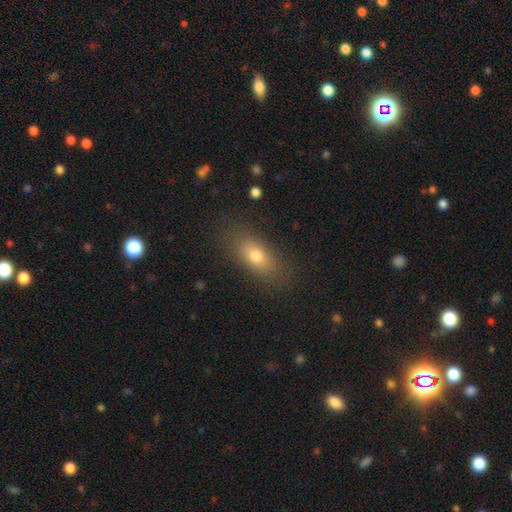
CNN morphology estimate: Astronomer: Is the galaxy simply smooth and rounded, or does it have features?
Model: smooth — 74%.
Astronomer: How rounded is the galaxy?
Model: in between — 78%.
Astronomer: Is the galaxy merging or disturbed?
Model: none — 83%.